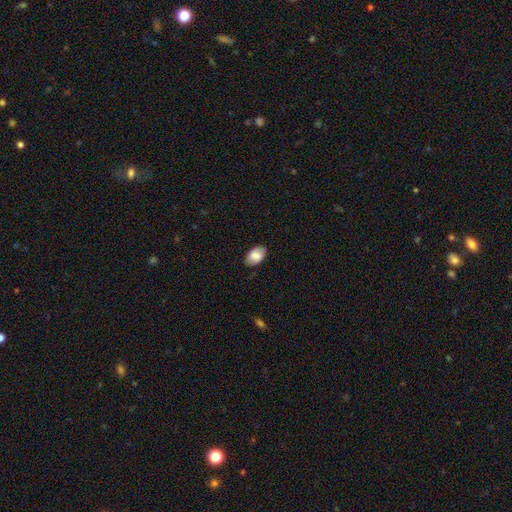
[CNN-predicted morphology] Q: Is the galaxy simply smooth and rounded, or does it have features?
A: smooth — 81%.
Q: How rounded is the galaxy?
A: in between — 92%.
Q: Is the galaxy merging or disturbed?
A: none — 82%.